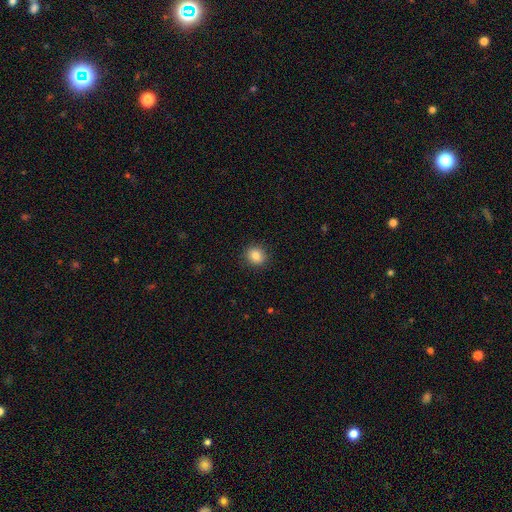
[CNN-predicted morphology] smooth-or-featured: smooth: 85% | star or artifact: 10% | featured or disk: 5%
  how-rounded: round: 81% | in between: 18% | cigar-shaped: 1%
  merging: none: 90% | minor disturbance: 7% | major disturbance: 2% | merger: 1%